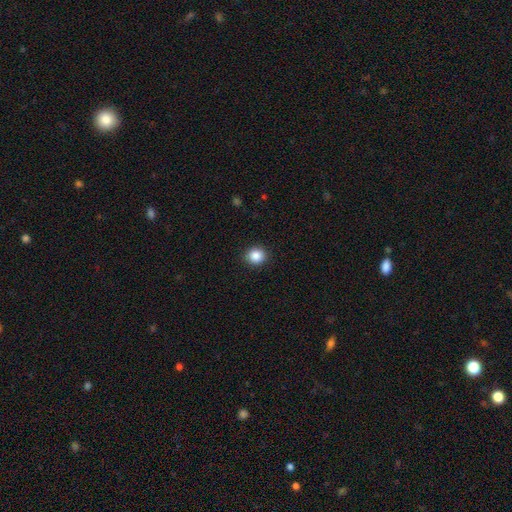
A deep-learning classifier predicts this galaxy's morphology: Smooth or featured? Predicted: smooth (p=0.87). How rounded? Predicted: round (p=0.86). Merging? Predicted: none (p=0.92).